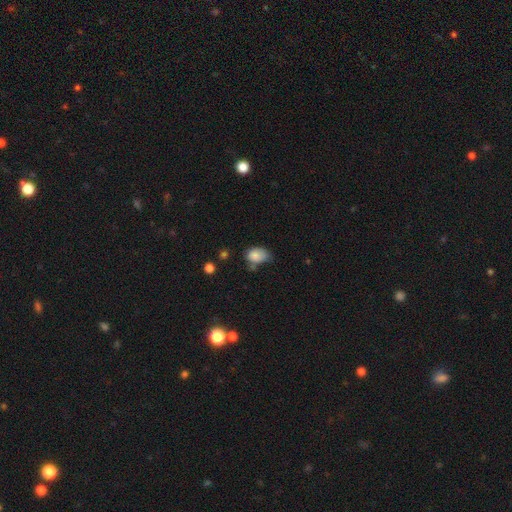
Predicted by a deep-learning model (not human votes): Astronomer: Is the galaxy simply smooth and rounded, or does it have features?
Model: smooth — 83%.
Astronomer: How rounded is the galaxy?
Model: in between — 80%.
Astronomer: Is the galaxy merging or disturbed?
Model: none — 42% (runner-up: minor disturbance, 39%).